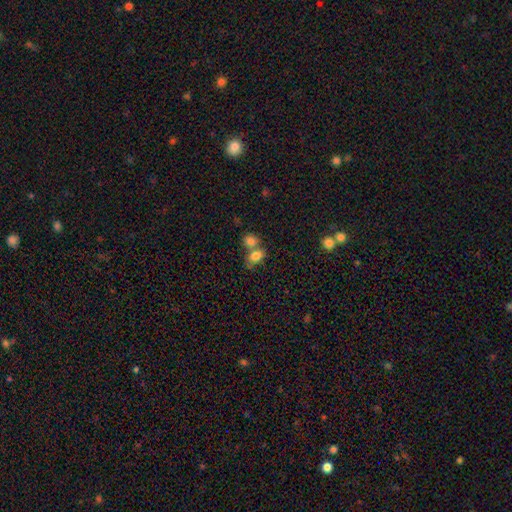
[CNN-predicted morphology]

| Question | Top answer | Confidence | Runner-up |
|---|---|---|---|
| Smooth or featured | smooth | 80% | featured or disk (10%) |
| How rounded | in between | 71% | round (27%) |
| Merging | merger | 54% | none (31%) |